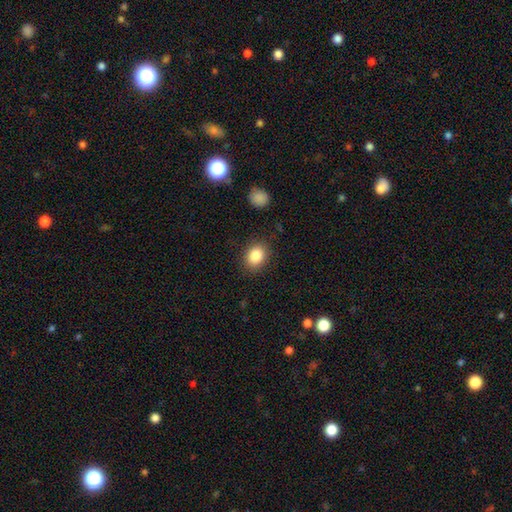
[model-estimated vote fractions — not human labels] Q: Smooth or featured?
A: smooth (86%); runner-up: star or artifact (9%)
Q: How rounded?
A: in between (54%); runner-up: round (45%)
Q: Merging?
A: none (86%); runner-up: minor disturbance (10%)